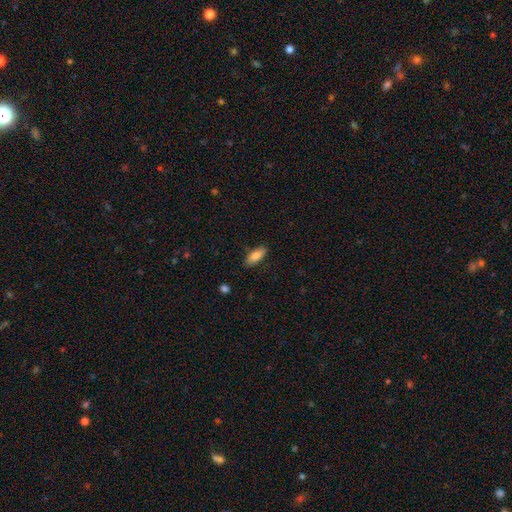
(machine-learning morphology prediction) smooth_or_featured: smooth (p=0.81) [alt: featured or disk p=0.12]
how_rounded: in between (p=0.76) [alt: cigar-shaped p=0.22]
merging: none (p=0.86) [alt: minor disturbance p=0.11]